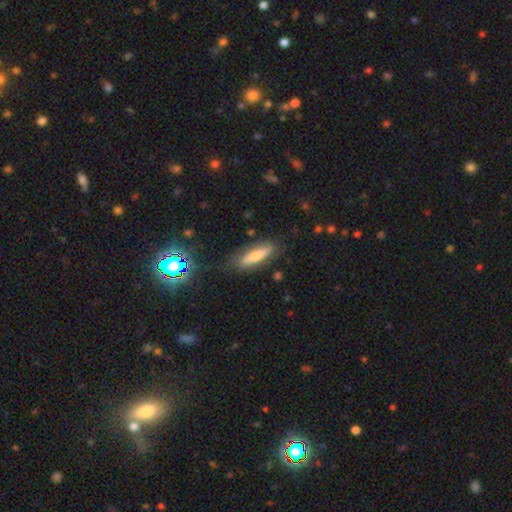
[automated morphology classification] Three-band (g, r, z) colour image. It shows a smooth galaxy with no disk features (57%) that is cigar-shaped (65%). Merging: none (80%).